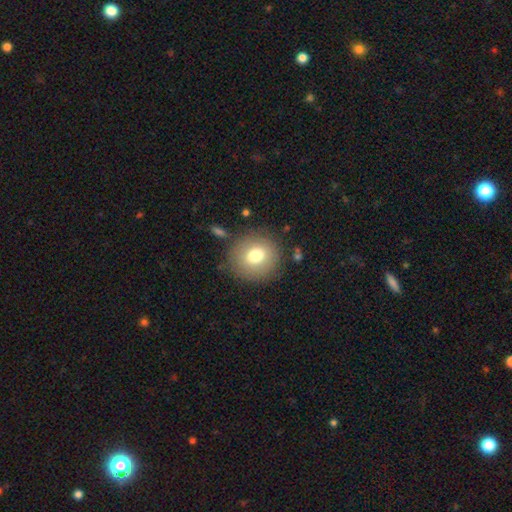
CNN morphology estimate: Smooth or featured?
  - smooth: 75% *
  - featured or disk: 15%
  - star or artifact: 10%
How rounded?
  - round: 90% *
  - in between: 9%
  - cigar-shaped: 1%
Merging?
  - none: 83% *
  - minor disturbance: 10%
  - major disturbance: 4%
  - merger: 3%